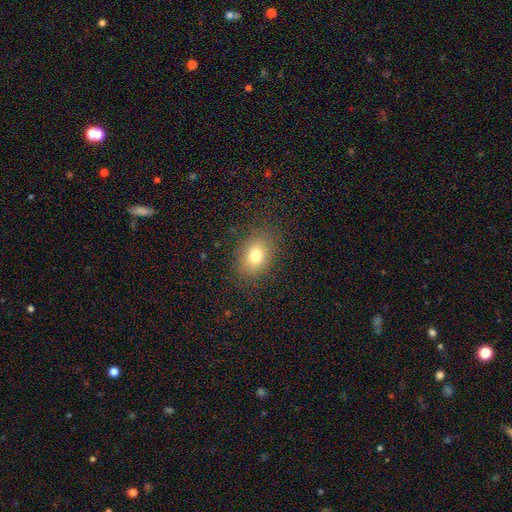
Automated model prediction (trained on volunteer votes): Morphology: type=smooth (76%); roundness=in between (72%); merging=none (84%).